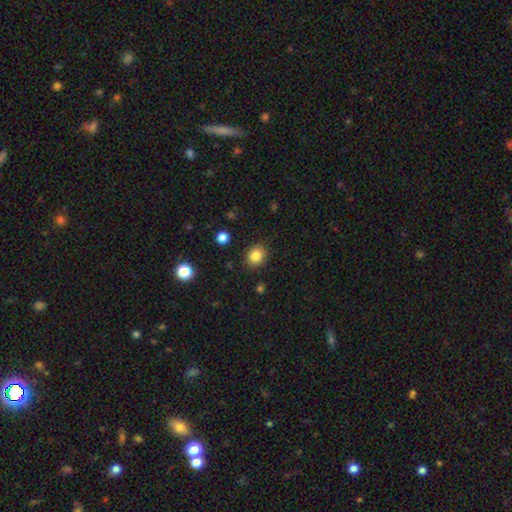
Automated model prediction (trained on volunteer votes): Smooth or featured?
  - smooth: 84% *
  - star or artifact: 10%
  - featured or disk: 5%
How rounded?
  - round: 59% *
  - in between: 41%
  - cigar-shaped: 1%
Merging?
  - none: 88% *
  - minor disturbance: 8%
  - major disturbance: 2%
  - merger: 1%